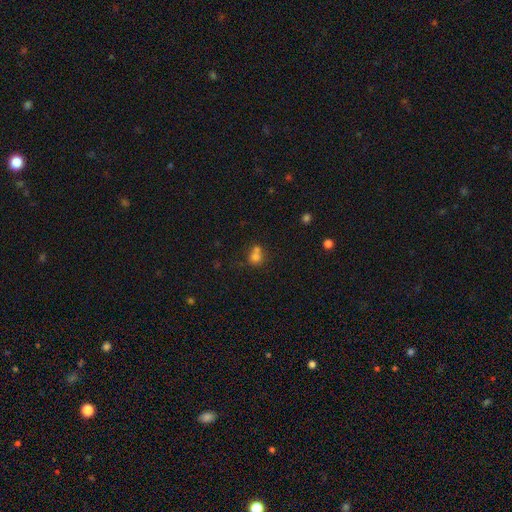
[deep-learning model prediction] smooth-or-featured: smooth: 73% | star or artifact: 14% | featured or disk: 12%
  how-rounded: round: 74% | in between: 25% | cigar-shaped: 1%
  merging: merger: 51% | none: 35% | minor disturbance: 9% | major disturbance: 5%